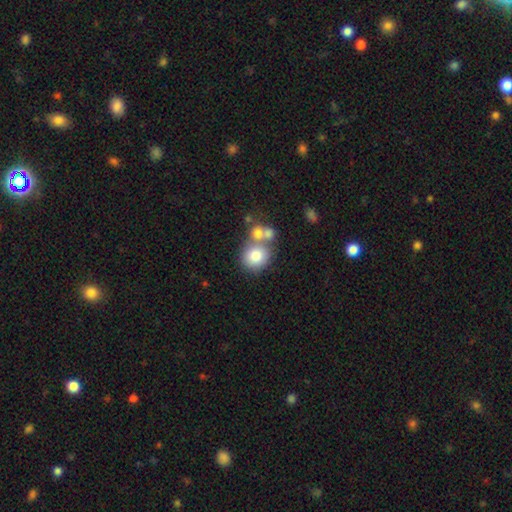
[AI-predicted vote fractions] A smooth galaxy with no disk features (75%) that is round (80%).

Vote fractions:
- Smooth or featured? smooth: 75% / featured or disk: 15% / star or artifact: 10%
- How rounded? round: 80% / in between: 19% / cigar-shaped: 1%
- Merging? none: 49% / merger: 38% / minor disturbance: 9% / major disturbance: 4%